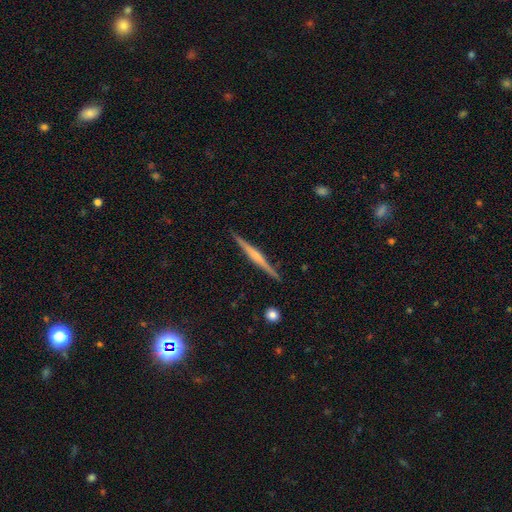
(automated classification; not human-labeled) Smooth or featured: featured or disk — 71% (smooth — 23%)
Edge-on disk: yes — 98% (no — 2%)
Edge-on bulge: rounded — 46% (none — 33%)
Merging: none — 90% (minor disturbance — 7%)